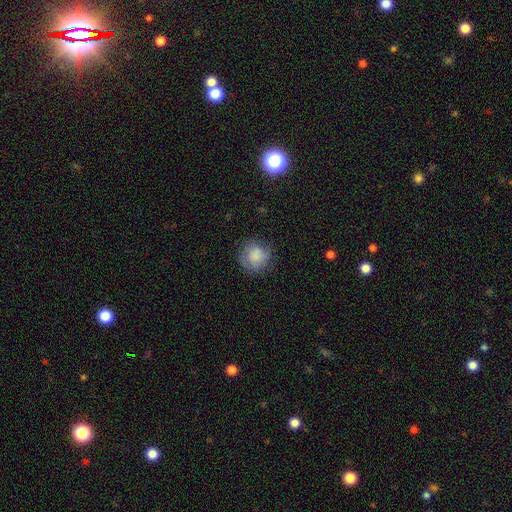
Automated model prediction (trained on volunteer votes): smooth_or_featured: smooth (p=0.76) [alt: featured or disk p=0.15]
how_rounded: round (p=0.89) [alt: in between p=0.10]
merging: none (p=0.72) [alt: minor disturbance p=0.19]